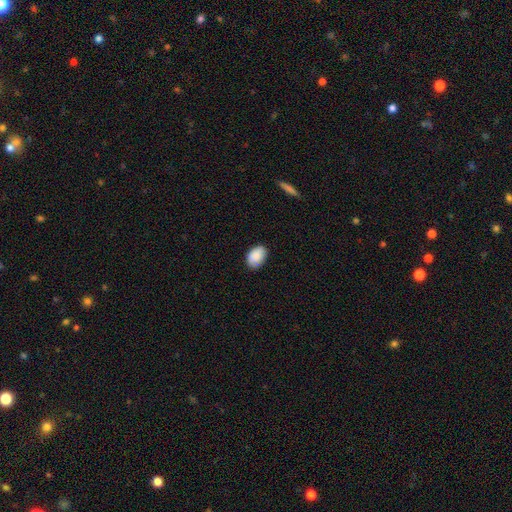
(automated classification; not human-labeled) Smooth or featured? smooth (89%)
How rounded? in between (87%)
Merging? none (80%)